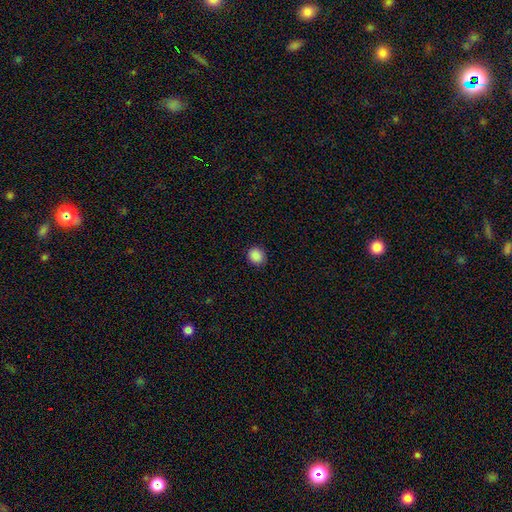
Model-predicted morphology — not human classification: Q: Smooth or featured?
A: smooth (88%); runner-up: star or artifact (9%)
Q: How rounded?
A: round (84%); runner-up: in between (15%)
Q: Merging?
A: none (90%); runner-up: minor disturbance (7%)